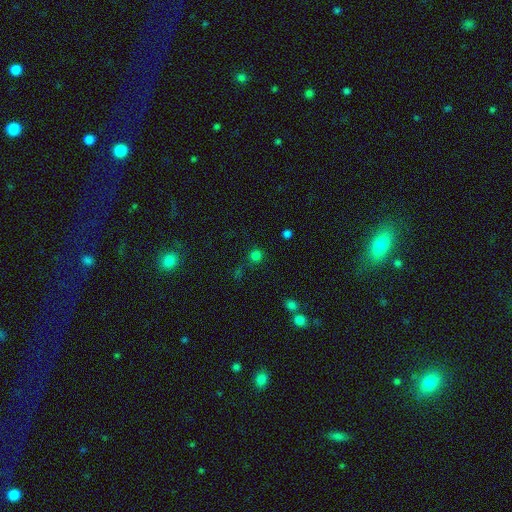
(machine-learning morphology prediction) smooth_or_featured: smooth (p=0.73) [alt: star or artifact p=0.23]
how_rounded: round (p=0.92) [alt: in between p=0.07]
merging: none (p=0.79) [alt: minor disturbance p=0.11]